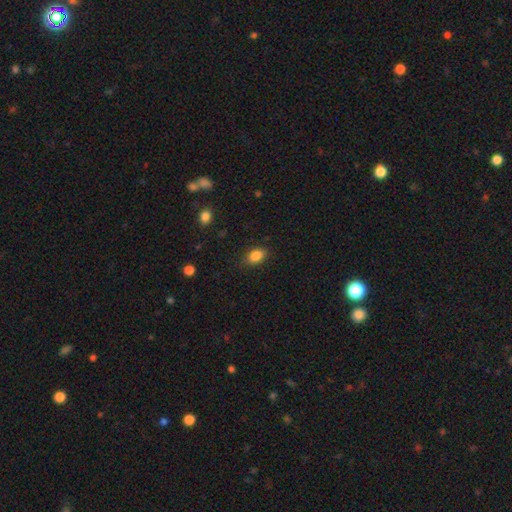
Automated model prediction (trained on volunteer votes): Morphology: type=smooth (85%); roundness=in between (81%); merging=none (83%).